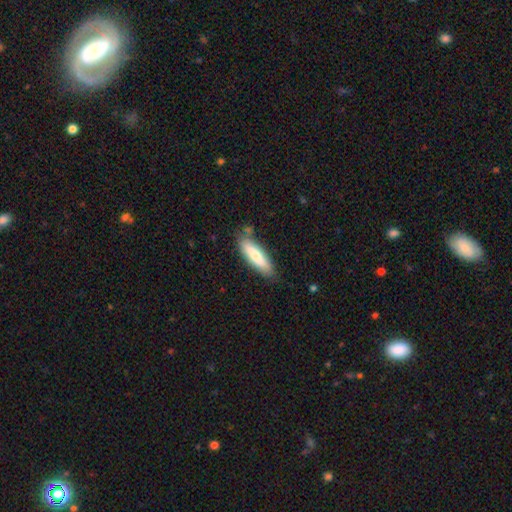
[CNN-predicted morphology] Q: Smooth or featured?
A: smooth (69%); runner-up: featured or disk (25%)
Q: How rounded?
A: cigar-shaped (61%); runner-up: in between (38%)
Q: Merging?
A: none (79%); runner-up: minor disturbance (15%)